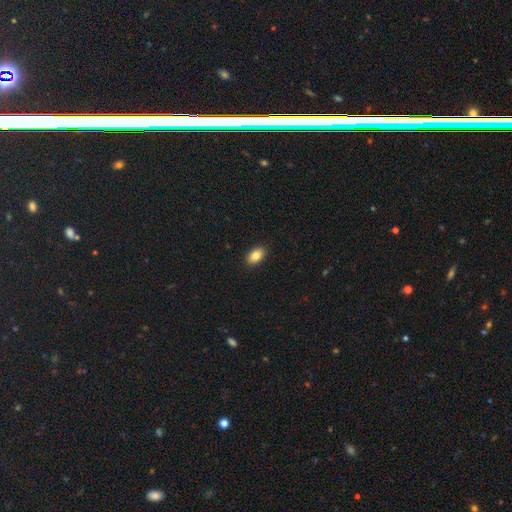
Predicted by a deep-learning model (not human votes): smooth-or-featured: smooth: 85% | star or artifact: 8% | featured or disk: 7%
  how-rounded: in between: 91% | round: 7% | cigar-shaped: 2%
  merging: none: 90% | minor disturbance: 7% | major disturbance: 2% | merger: 1%